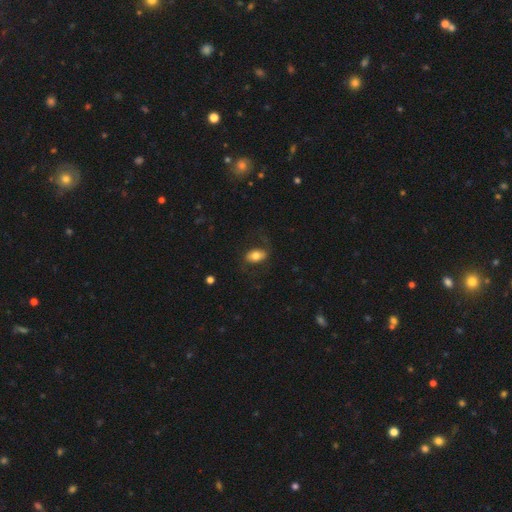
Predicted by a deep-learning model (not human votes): This is likely a smooth galaxy (64%). How rounded: clearly in between (88%). Merging: likely none (72%).